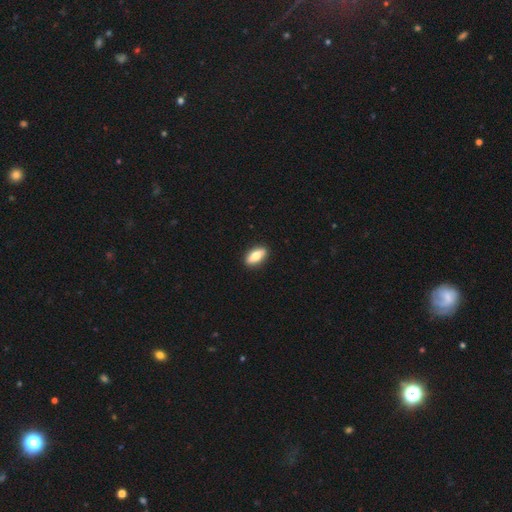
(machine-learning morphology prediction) smooth 70%, featured or disk 24%, star or artifact 6%. Down the decision tree: how rounded — in between (80%); merging — none (90%).